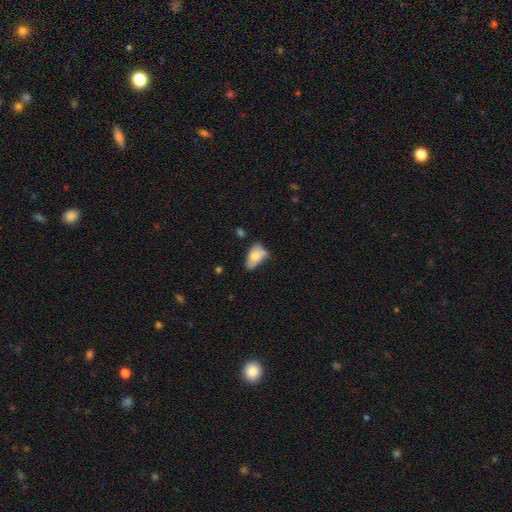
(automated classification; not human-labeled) Overall: smooth (73%). How rounded: in between (91%). Merging: minor disturbance (37%; none 36%).